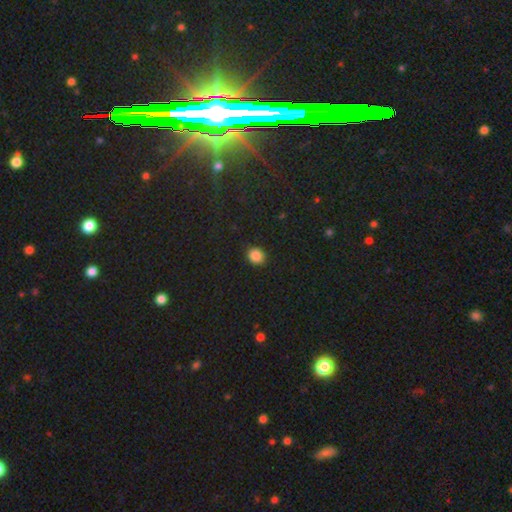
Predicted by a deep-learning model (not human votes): Smooth or featured? smooth (87%)
How rounded? round (74%)
Merging? none (89%)